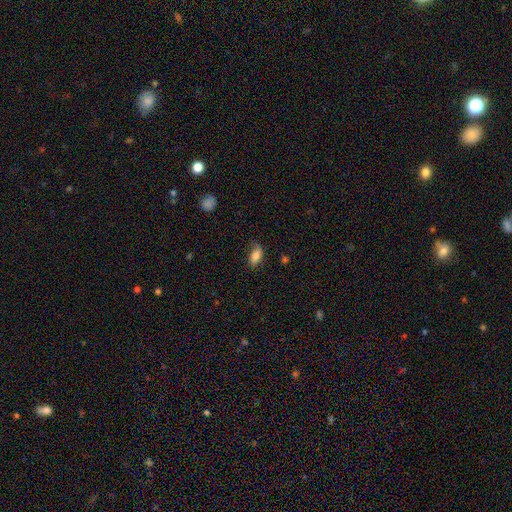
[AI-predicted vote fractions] Overall: smooth (81%). How rounded: in between (88%). Merging: none (62%; minor disturbance 28%).